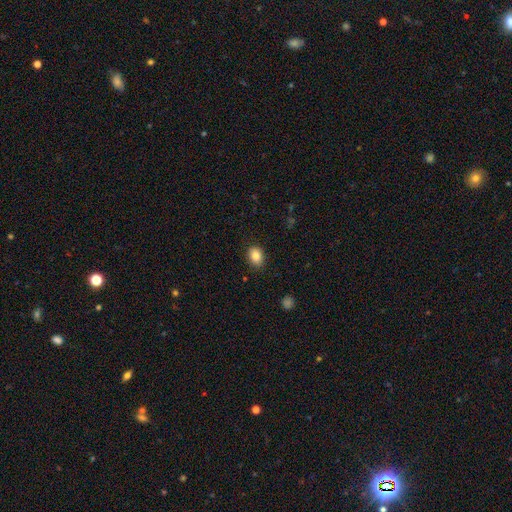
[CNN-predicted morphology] Q: Smooth or featured?
A: smooth (86%); runner-up: star or artifact (9%)
Q: How rounded?
A: in between (65%); runner-up: round (35%)
Q: Merging?
A: none (87%); runner-up: minor disturbance (9%)